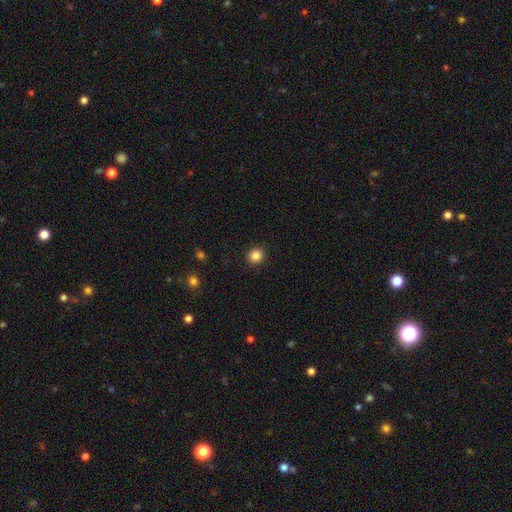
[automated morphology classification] This is clearly a smooth galaxy (86%). How rounded: clearly round (89%). Merging: clearly none (92%).